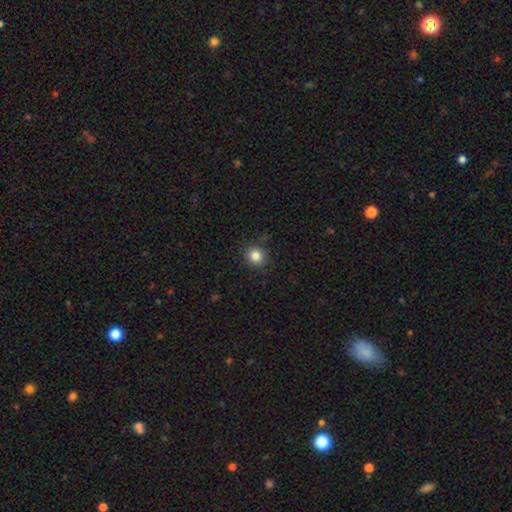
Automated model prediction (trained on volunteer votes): smooth-or-featured: smooth: 84% | star or artifact: 11% | featured or disk: 5%
  how-rounded: round: 85% | in between: 14% | cigar-shaped: 1%
  merging: none: 89% | minor disturbance: 8% | major disturbance: 2% | merger: 1%